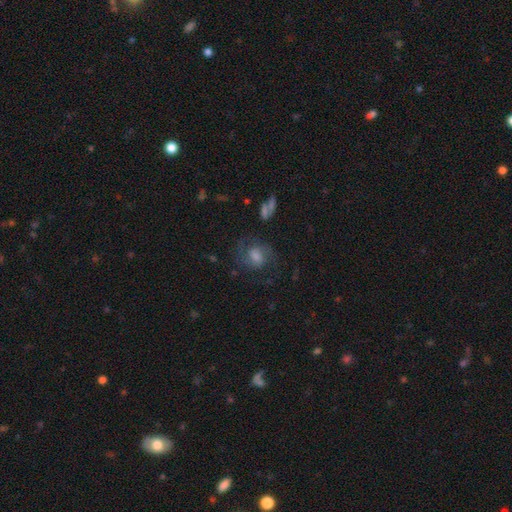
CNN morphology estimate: A featured or disk galaxy (64%) with a weak bar (46%), 2 (76%) medium (52%) spiral arms (90%) and a moderate central bulge (42%). Merging: none (68%).